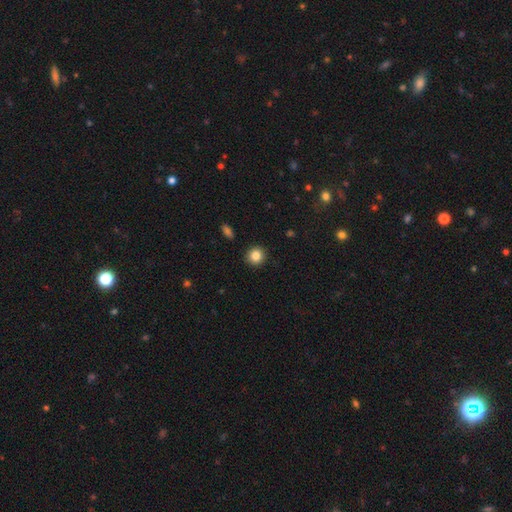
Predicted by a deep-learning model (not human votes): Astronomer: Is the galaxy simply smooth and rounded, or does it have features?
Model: smooth — 85%.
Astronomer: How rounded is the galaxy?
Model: round — 91%.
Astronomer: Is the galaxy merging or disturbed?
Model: none — 92%.